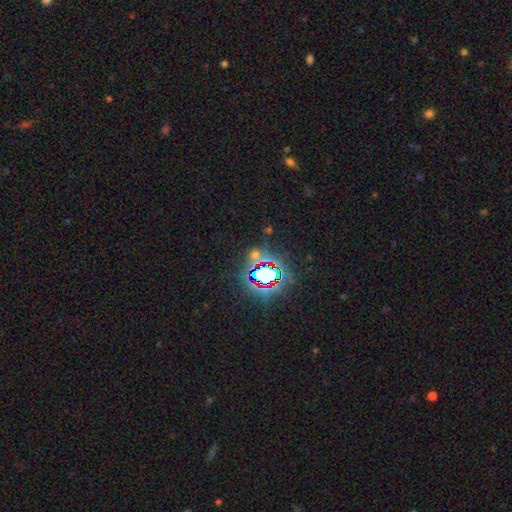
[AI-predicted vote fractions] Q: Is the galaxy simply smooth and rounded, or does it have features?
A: star or artifact — 67%.